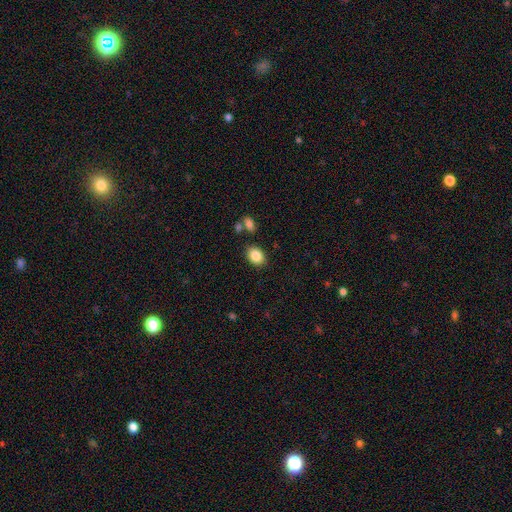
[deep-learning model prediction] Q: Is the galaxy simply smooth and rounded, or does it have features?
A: smooth — 86%.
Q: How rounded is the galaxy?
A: in between — 70%.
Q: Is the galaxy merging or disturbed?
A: none — 83%.